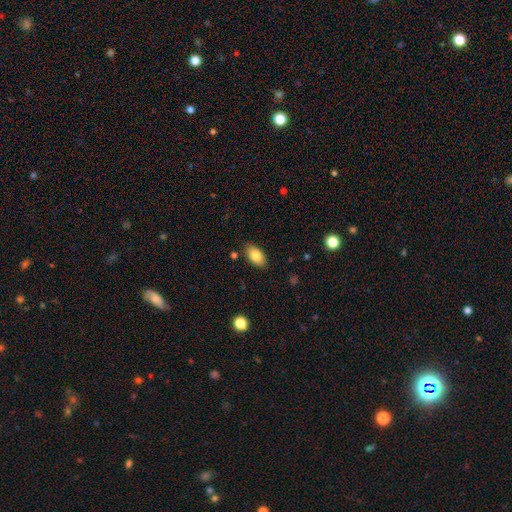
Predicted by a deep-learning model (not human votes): Smooth or featured? smooth (81%)
How rounded? in between (93%)
Merging? none (86%)